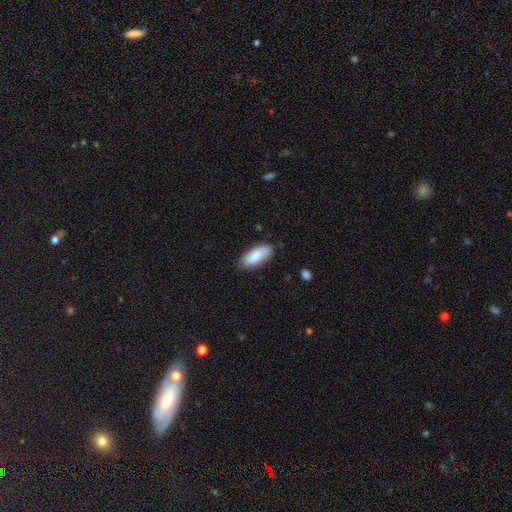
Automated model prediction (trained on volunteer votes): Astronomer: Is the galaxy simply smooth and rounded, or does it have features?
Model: smooth — 85%.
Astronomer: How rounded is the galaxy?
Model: in between — 84%.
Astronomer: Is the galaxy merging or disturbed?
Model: none — 82%.